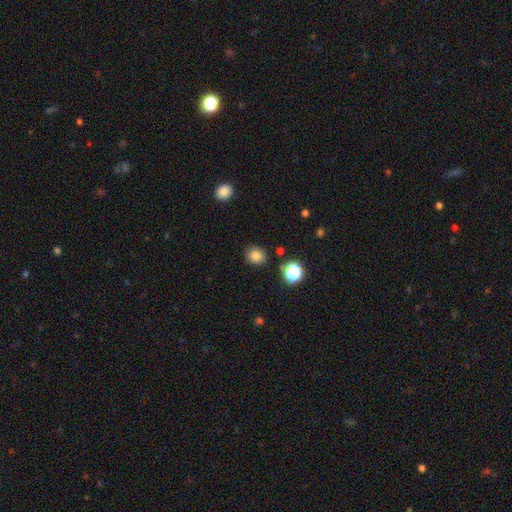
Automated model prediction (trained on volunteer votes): Smooth or featured? smooth (81%)
How rounded? round (72%)
Merging? none (87%)